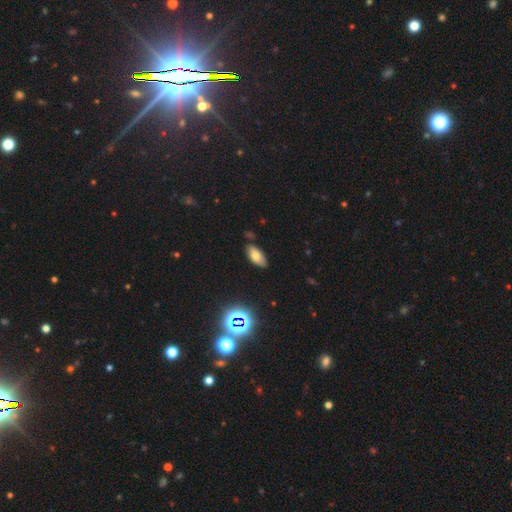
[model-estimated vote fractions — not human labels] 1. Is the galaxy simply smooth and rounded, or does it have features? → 70% smooth, 15% star or artifact, 15% featured or disk.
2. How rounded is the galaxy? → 90% in between, 6% cigar-shaped, 4% round.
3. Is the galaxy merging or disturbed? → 79% none, 15% minor disturbance, 3% major disturbance, 3% merger.